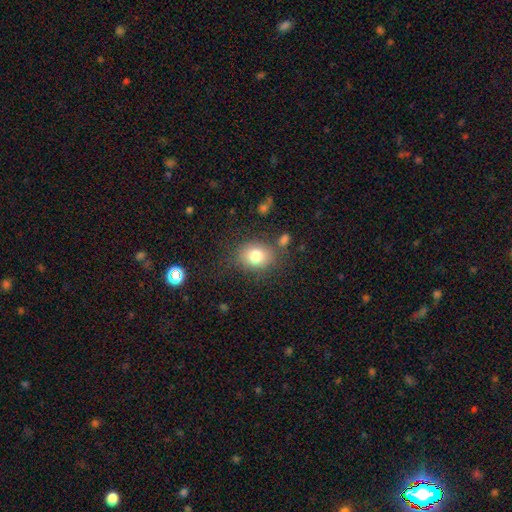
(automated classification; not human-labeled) Smooth or featured? Predicted: smooth (p=0.80). How rounded? Predicted: round (p=0.52). Merging? Predicted: none (p=0.75).